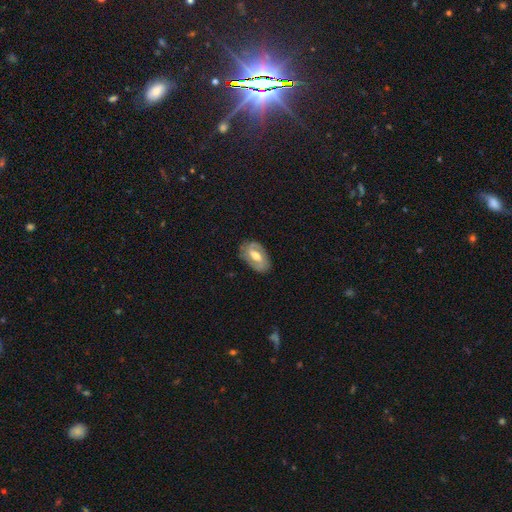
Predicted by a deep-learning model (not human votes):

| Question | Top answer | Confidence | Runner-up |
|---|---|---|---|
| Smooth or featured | featured or disk | 62% | smooth (32%) |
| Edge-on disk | no | 93% | yes (7%) |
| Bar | weak | 46% | no (28%) |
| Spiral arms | yes | 64% | no (36%) |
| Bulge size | moderate | 68% | large (18%) |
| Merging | none | 78% | minor disturbance (16%) |